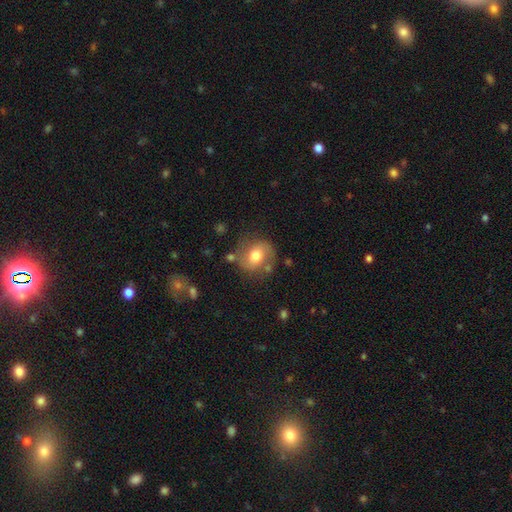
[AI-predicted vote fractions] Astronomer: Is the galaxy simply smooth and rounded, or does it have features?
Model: smooth — 46% (runner-up: featured or disk, 45%).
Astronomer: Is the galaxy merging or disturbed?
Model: none — 71%.